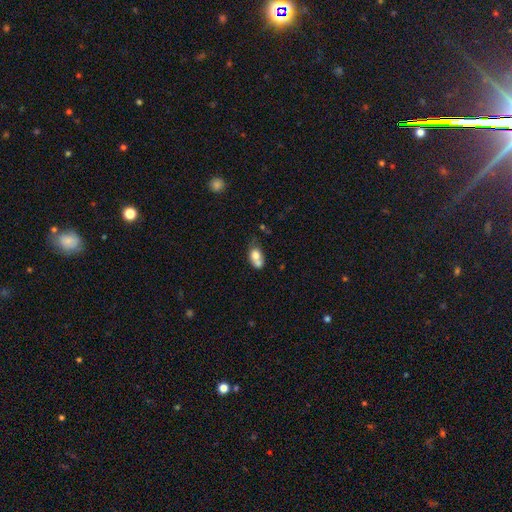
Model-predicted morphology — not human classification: A smooth galaxy with no disk features (71%) that is in between round and cigar-shaped (68%).

Vote fractions:
- Smooth or featured? smooth: 71% / featured or disk: 20% / star or artifact: 9%
- How rounded? in between: 68% / round: 30% / cigar-shaped: 3%
- Merging? merger: 51% / none: 26% / minor disturbance: 15% / major disturbance: 8%